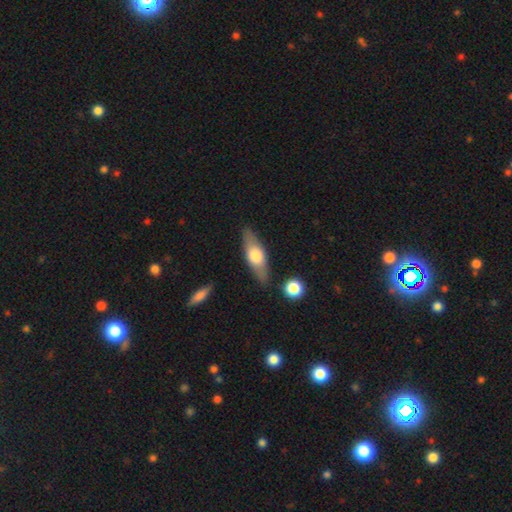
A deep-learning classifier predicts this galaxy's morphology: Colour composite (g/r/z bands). It shows a smooth galaxy with no disk features (49%). Merging: none (81%).